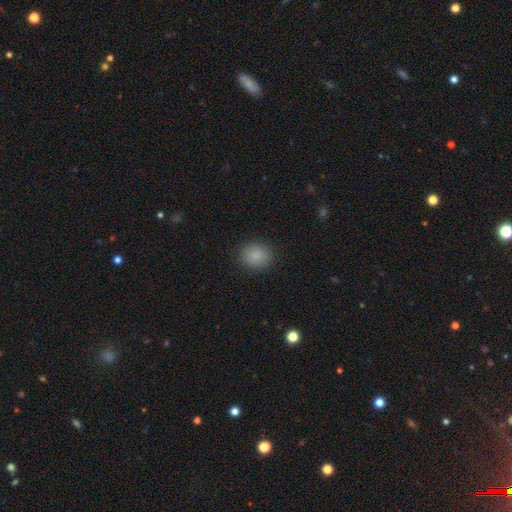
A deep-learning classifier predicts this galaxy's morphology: smooth_or_featured: smooth (p=0.87) [alt: star or artifact p=0.10]
how_rounded: round (p=0.72) [alt: in between p=0.27]
merging: none (p=0.89) [alt: minor disturbance p=0.08]